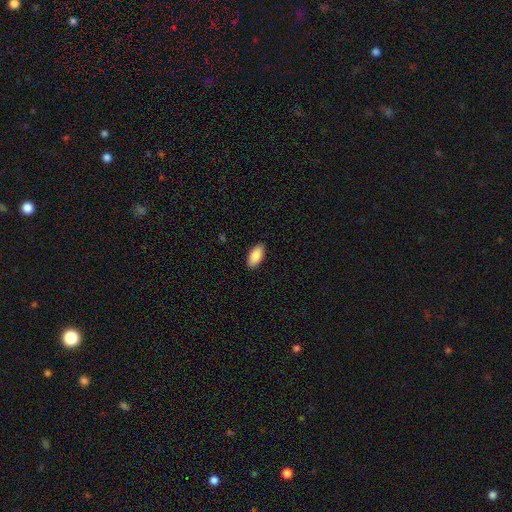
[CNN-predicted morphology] A smooth galaxy with no disk features (88%) that is in between round and cigar-shaped (92%).

Vote fractions:
- Smooth or featured? smooth: 88% / star or artifact: 6% / featured or disk: 6%
- How rounded? in between: 92% / cigar-shaped: 6% / round: 2%
- Merging? none: 89% / minor disturbance: 8% / major disturbance: 2% / merger: 1%